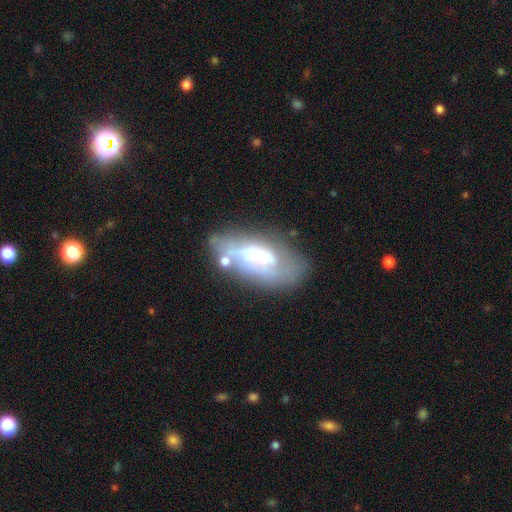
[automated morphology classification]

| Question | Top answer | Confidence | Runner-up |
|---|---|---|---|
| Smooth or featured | featured or disk | 53% | smooth (38%) |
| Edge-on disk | no | 86% | yes (14%) |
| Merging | none | 44% | minor disturbance (24%) |